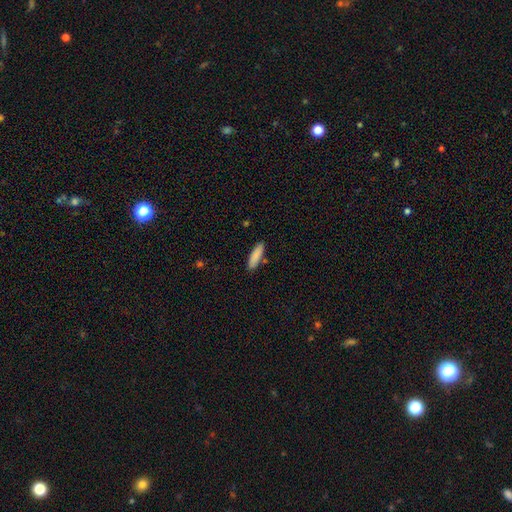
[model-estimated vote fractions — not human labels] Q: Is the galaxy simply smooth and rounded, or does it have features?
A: smooth — 87%.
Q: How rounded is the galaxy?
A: cigar-shaped — 58%.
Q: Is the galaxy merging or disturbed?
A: none — 83%.